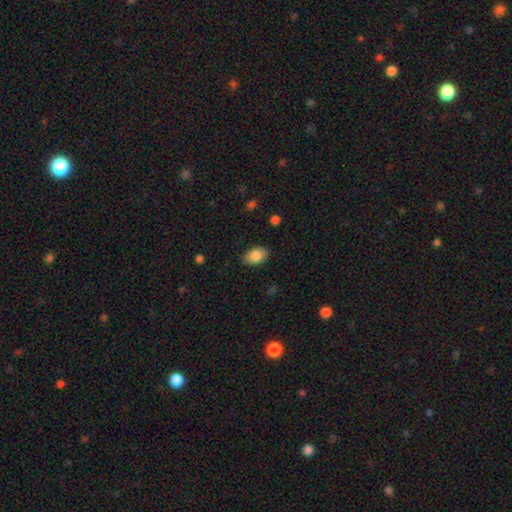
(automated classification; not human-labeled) Smooth or featured? smooth (85%)
How rounded? in between (87%)
Merging? none (85%)